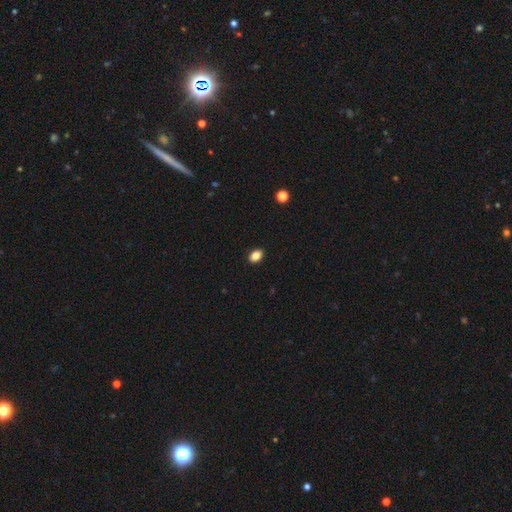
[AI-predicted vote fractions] Smooth or featured: smooth — 86% (star or artifact — 10%)
How rounded: in between — 76% (round — 22%)
Merging: none — 90% (minor disturbance — 7%)